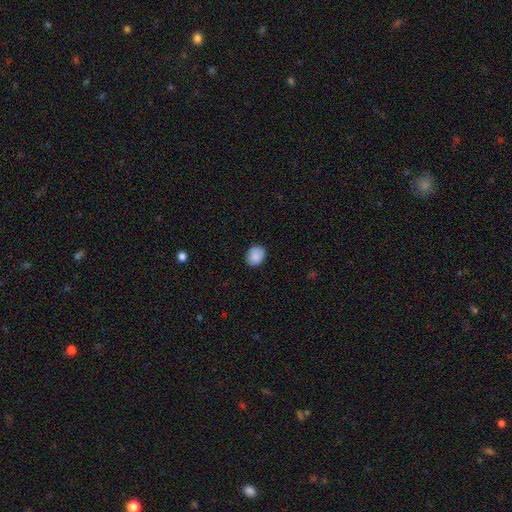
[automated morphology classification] Smooth or featured? Predicted: smooth (p=0.88). How rounded? Predicted: round (p=0.59). Merging? Predicted: none (p=0.85).